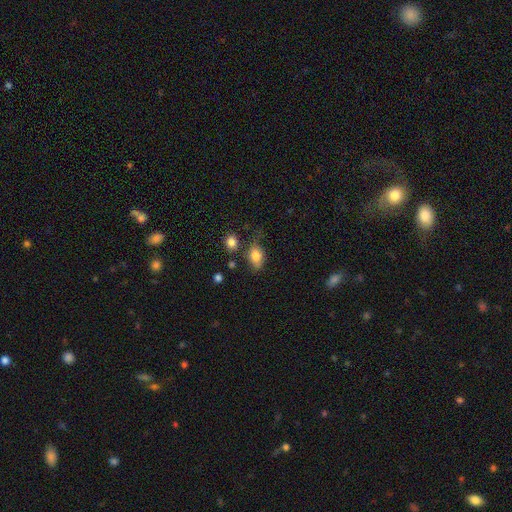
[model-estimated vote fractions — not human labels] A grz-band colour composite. It shows a smooth galaxy with no disk features (79%) that is in between round and cigar-shaped (80%). Merging: none (58%).